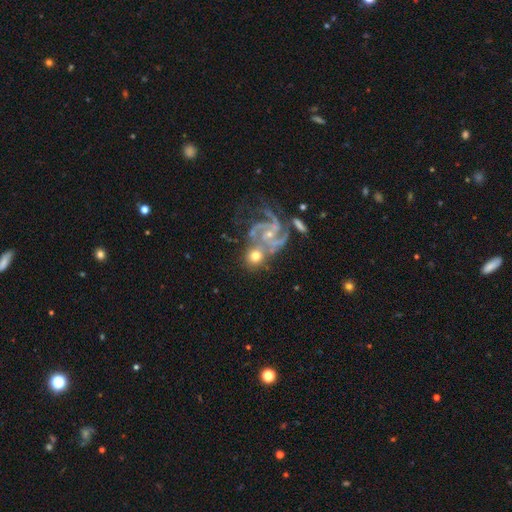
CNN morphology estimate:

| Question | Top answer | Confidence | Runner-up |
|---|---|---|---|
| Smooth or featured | featured or disk | 64% | smooth (27%) |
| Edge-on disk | no | 97% | yes (3%) |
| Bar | no | 61% | weak (29%) |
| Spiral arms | yes | 94% | no (6%) |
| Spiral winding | medium | 49% | tight (42%) |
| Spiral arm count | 3 | 53% | 2 (18%) |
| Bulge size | small | 62% | moderate (30%) |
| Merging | none | 48% | merger (27%) |